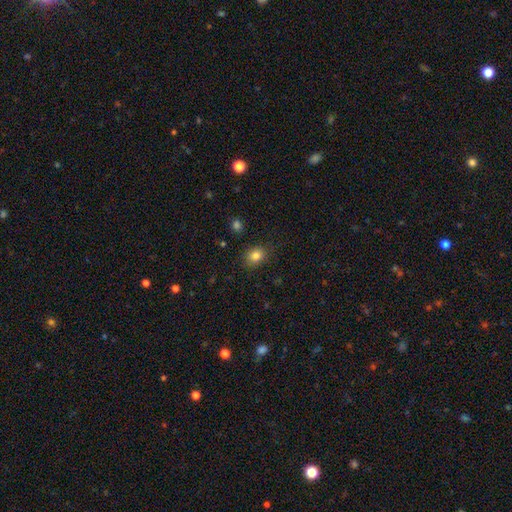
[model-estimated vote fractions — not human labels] A smooth galaxy with no disk features (83%) that is round (52%). Merging: none (84%).